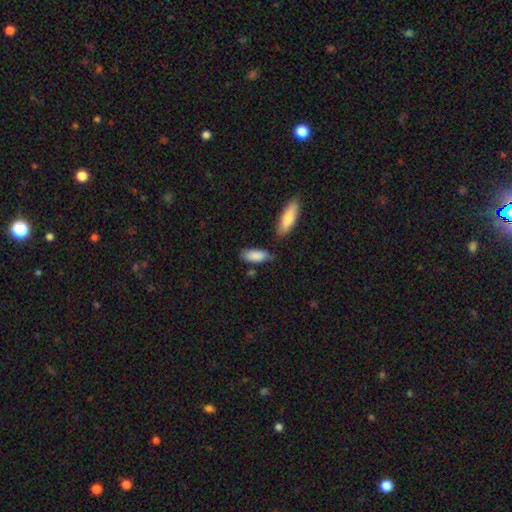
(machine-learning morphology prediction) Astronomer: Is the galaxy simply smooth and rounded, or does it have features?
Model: smooth — 87%.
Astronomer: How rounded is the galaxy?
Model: in between — 79%.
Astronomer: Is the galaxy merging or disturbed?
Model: none — 68%.